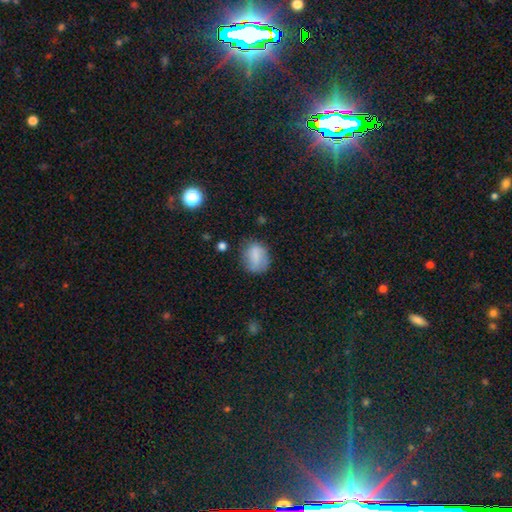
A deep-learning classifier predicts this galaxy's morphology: Smooth or featured? Predicted: smooth (p=0.76). How rounded? Predicted: in between (p=0.56). Merging? Predicted: none (p=0.63).